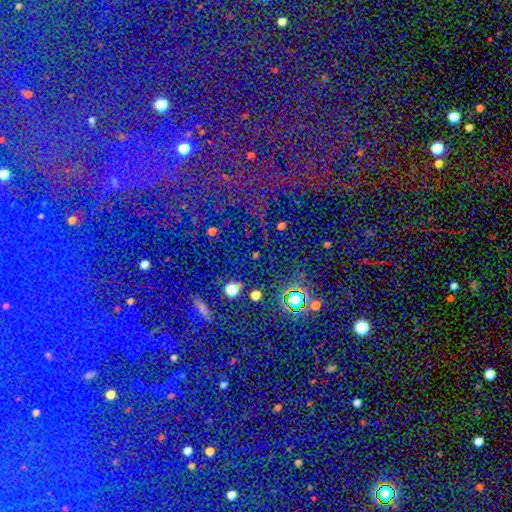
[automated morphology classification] Q: Smooth or featured?
A: star or artifact (71%); runner-up: smooth (19%)